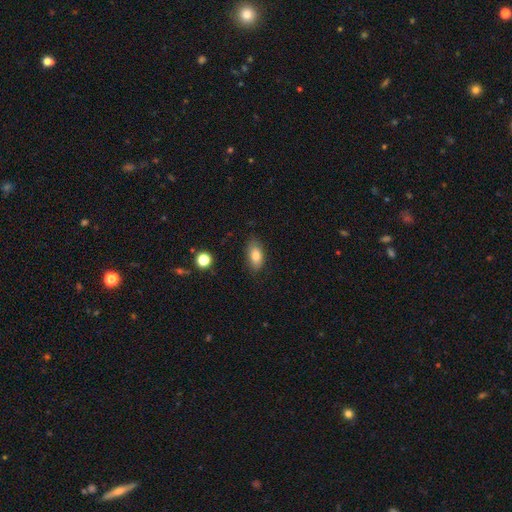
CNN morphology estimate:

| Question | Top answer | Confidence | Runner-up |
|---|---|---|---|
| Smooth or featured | smooth | 81% | featured or disk (11%) |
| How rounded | in between | 90% | round (5%) |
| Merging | none | 81% | minor disturbance (14%) |